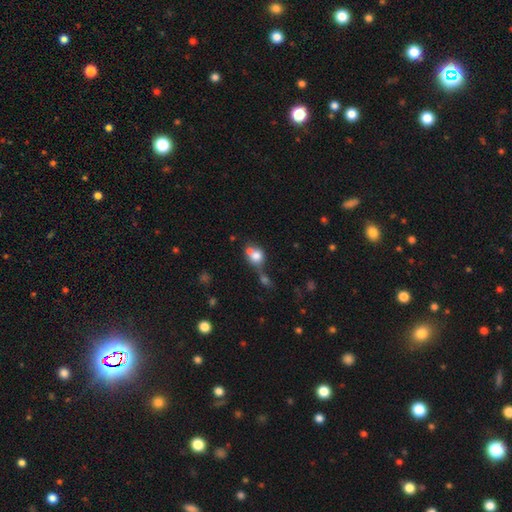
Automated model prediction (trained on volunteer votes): Morphology: type=smooth (73%); roundness=round (67%); merging=merger (54%).